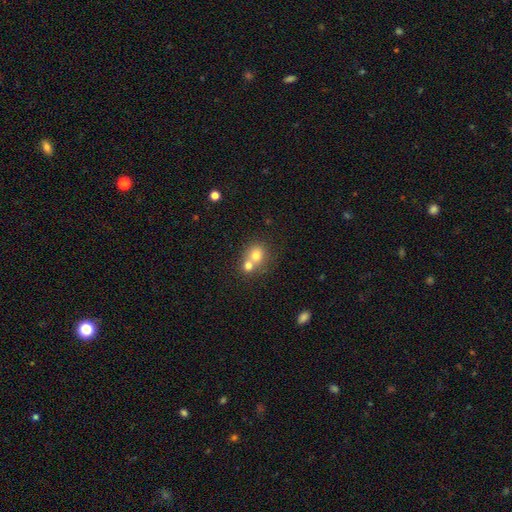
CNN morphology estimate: Overall: smooth (73%). How rounded: round (75%). Merging: merger (58%; none 34%).